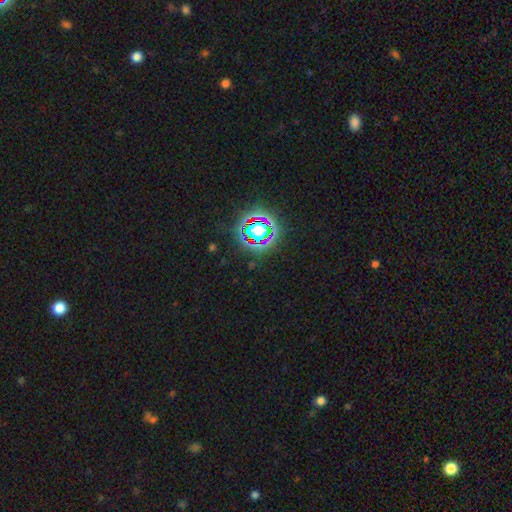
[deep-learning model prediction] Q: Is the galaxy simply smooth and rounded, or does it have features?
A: star or artifact — 78%.